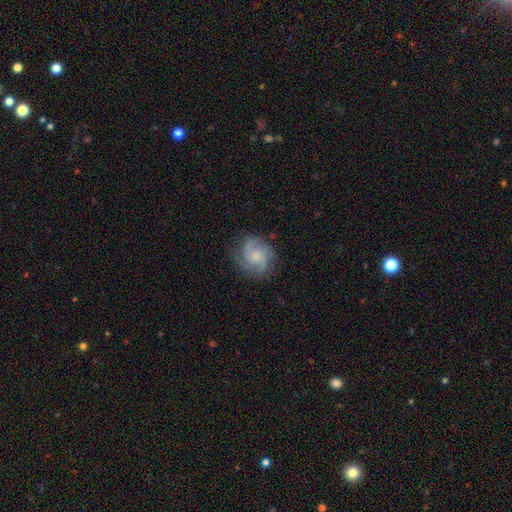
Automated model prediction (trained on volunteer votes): A featured or disk galaxy (77%) with no bar (72%), 3 (41%) tight (44%) spiral arms (96%) and a small central bulge (44%).

Vote fractions:
- Smooth or featured? featured or disk: 77% / smooth: 17% / star or artifact: 7%
- Edge-on disk? no: 98% / yes: 2%
- Bar? no: 72% / weak: 25% / strong: 3%
- Spiral arms? yes: 96% / no: 4%
- Spiral winding? tight: 44% / medium: 43% / loose: 13%
- Spiral arm count? 3: 41% / 2: 25% / can't tell: 16% / 4: 8% / 1: 5% / more than 4: 5%
- Bulge size? small: 44% / moderate: 31% / none: 18% / large: 5% / dominant: 1%
- Merging? none: 74% / minor disturbance: 17% / major disturbance: 8% / merger: 1%